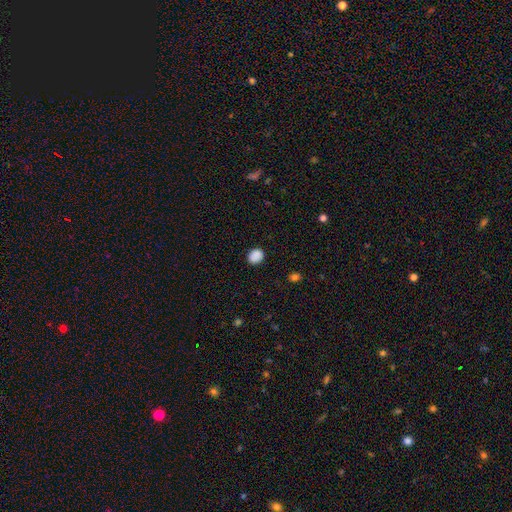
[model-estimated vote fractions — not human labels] A smooth galaxy with no disk features (87%) that is round (60%). Merging: none (86%).